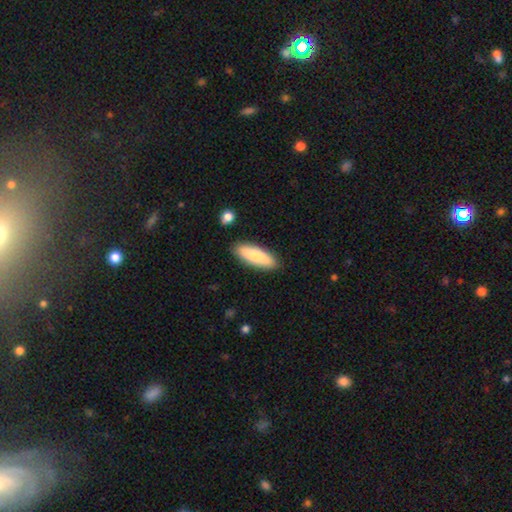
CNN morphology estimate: smooth 77%, featured or disk 17%, star or artifact 5%. Down the decision tree: how rounded — cigar-shaped (51%); merging — none (87%).